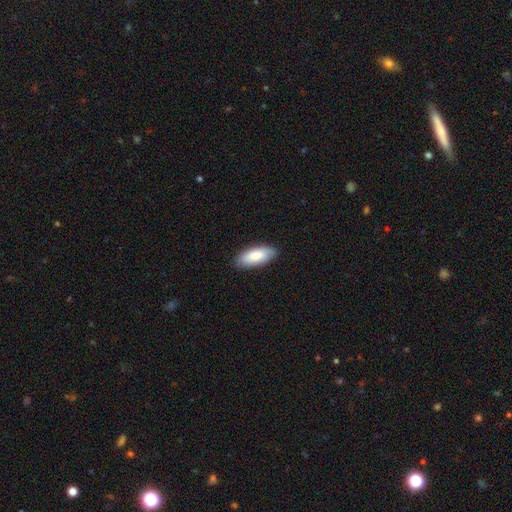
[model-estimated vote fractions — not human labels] This appears to be a smooth galaxy with no disk features (86%) that is in between round and cigar-shaped (83%). Merging: none (87%).